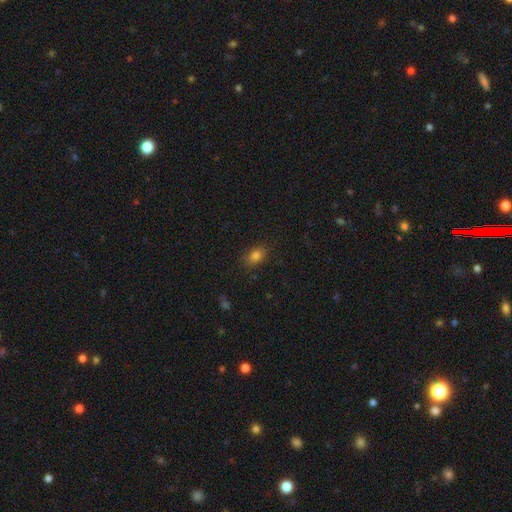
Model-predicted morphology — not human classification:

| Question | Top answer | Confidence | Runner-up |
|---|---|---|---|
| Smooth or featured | smooth | 80% | star or artifact (13%) |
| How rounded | in between | 78% | round (20%) |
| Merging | none | 83% | minor disturbance (13%) |